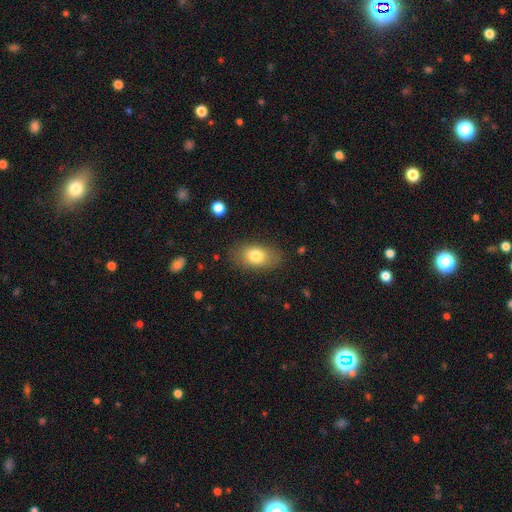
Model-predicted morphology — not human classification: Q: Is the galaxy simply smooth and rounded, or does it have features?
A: smooth — 78%.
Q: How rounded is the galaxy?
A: in between — 86%.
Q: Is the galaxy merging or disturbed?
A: none — 78%.